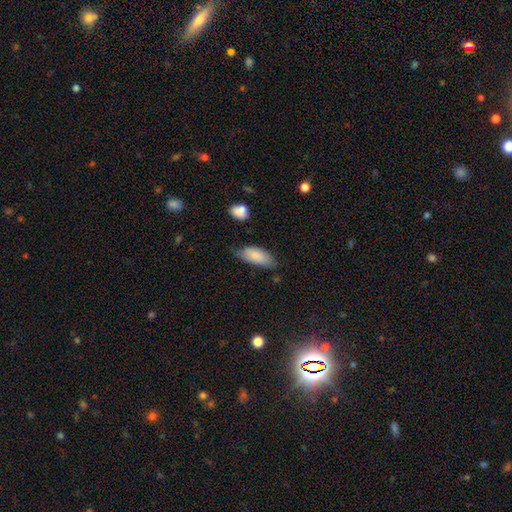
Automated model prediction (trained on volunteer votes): Overall: smooth (83%). How rounded: in between (87%). Merging: none (62%; minor disturbance 29%).